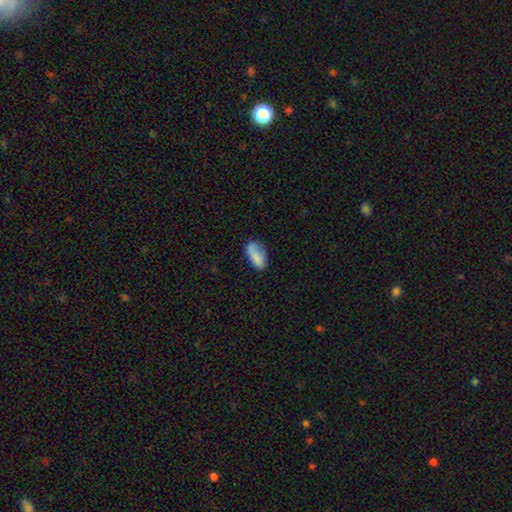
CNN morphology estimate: smooth-or-featured: smooth: 84% | featured or disk: 8% | star or artifact: 8%
  how-rounded: in between: 89% | cigar-shaped: 8% | round: 3%
  merging: none: 65% | minor disturbance: 26% | major disturbance: 7% | merger: 3%